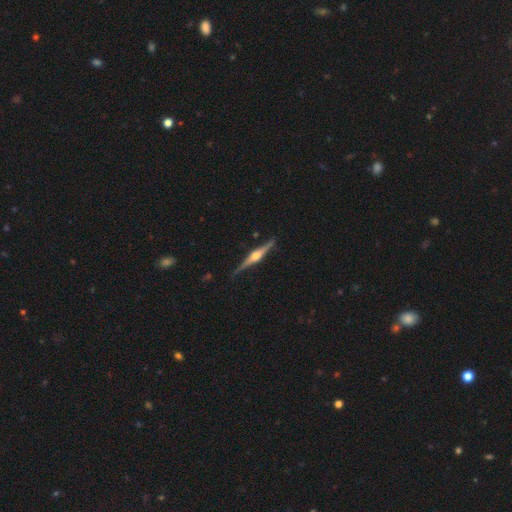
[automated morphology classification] Smooth or featured? featured or disk (84%)
Edge-on disk? yes (98%)
Edge-on bulge? rounded (91%)
Merging? none (86%)